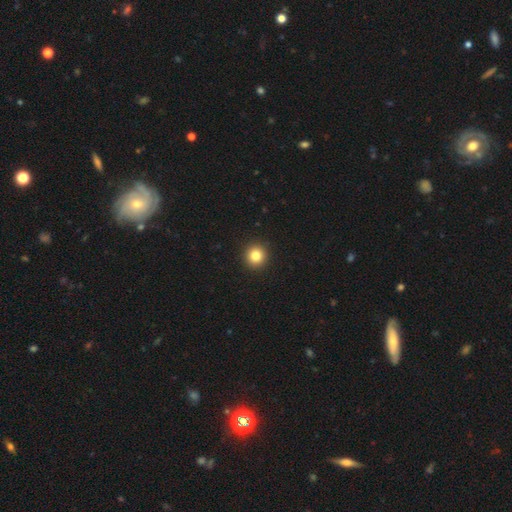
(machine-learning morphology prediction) Overall: smooth (83%). How rounded: round (94%). Merging: none (93%).